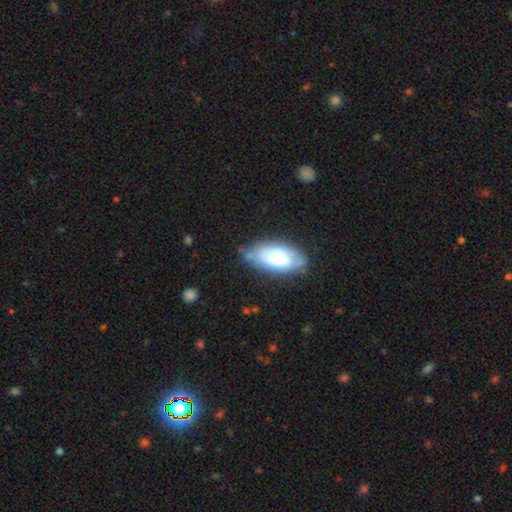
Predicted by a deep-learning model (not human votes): Morphology: type=smooth (59%); roundness=in between (89%); merging=none (65%).